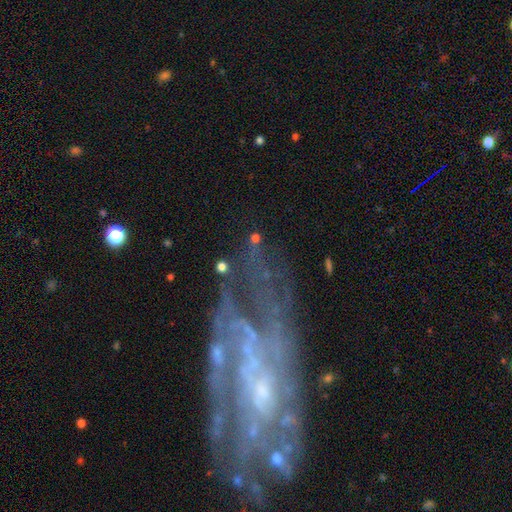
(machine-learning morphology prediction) smooth-or-featured: featured or disk: 83% | star or artifact: 8% | smooth: 8%
  disk-edge-on: no: 91% | yes: 9%
    bar: no: 60% | weak: 31% | strong: 9%
    has-spiral-arms: yes: 86% | no: 14%
      spiral-winding: tight: 54% | medium: 33% | loose: 13%
      spiral-arm-count: can't tell: 50% | 2: 14% | 3: 11% | 4: 10% | more than 4: 8% | 1: 6%
    bulge-size: small: 68% | moderate: 18% | none: 11% | large: 2% | dominant: 1%
  merging: none: 66% | minor disturbance: 19% | major disturbance: 12% | merger: 3%